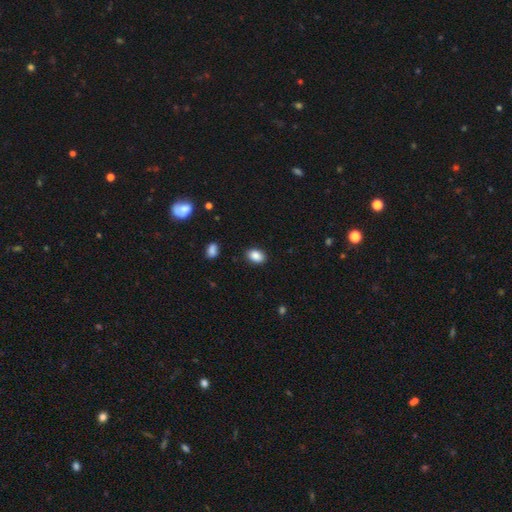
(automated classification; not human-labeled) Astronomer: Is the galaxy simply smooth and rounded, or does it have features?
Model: smooth — 87%.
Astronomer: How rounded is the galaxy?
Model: in between — 84%.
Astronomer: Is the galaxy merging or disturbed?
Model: none — 88%.